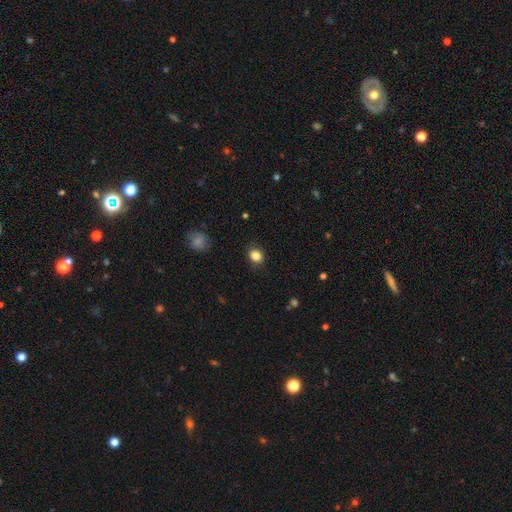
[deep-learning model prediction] This is clearly a smooth galaxy (84%). How rounded: likely round (65%). Merging: clearly none (85%).